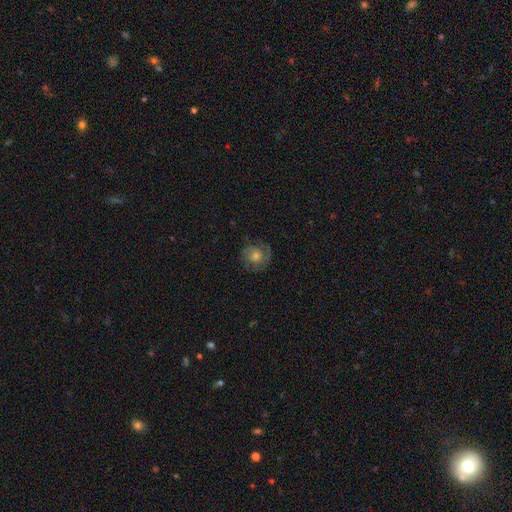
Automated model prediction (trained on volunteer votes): This is likely a featured or disk galaxy (62%). It is clearly not viewed edge-on (97%). Bar: likely no (78%). Spiral arm pattern: clearly yes (87%). Spiral arm count: possibly 2 (50%). Spiral winding: possibly tight (55%). Central bulge: possibly moderate (60%). Merging: likely none (76%).